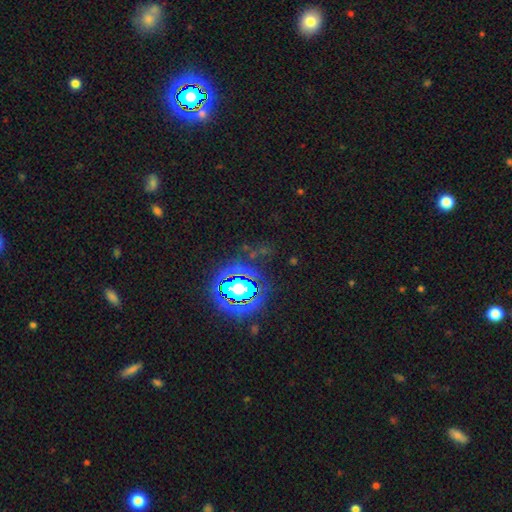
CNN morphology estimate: Smooth or featured?
  - star or artifact: 79% *
  - smooth: 13%
  - featured or disk: 9%